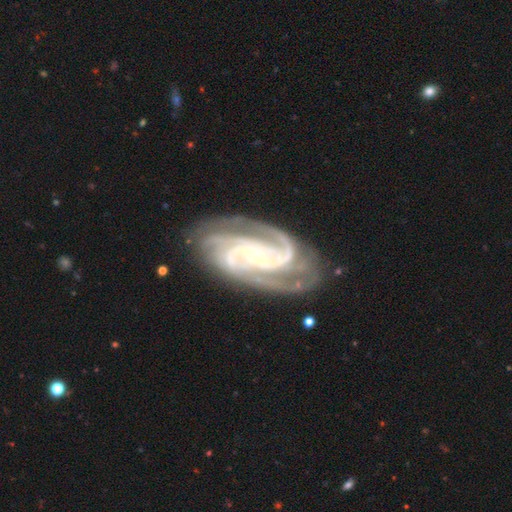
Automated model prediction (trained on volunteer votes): Smooth or featured? Predicted: featured or disk (p=0.93). Edge-on disk? Predicted: no (p=0.97). Bar? Predicted: no (p=0.49). Spiral arms? Predicted: yes (p=0.99). Spiral winding? Predicted: tight (p=0.53). Spiral arm count? Predicted: 3 (p=0.36). Bulge size? Predicted: small (p=0.77). Merging? Predicted: none (p=0.76).